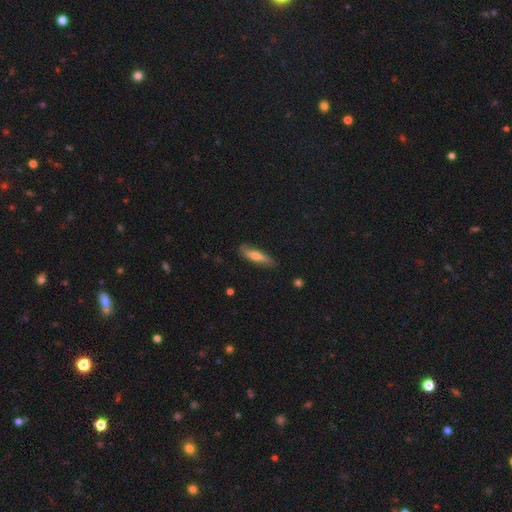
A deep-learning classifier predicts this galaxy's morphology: Smooth or featured?
  - smooth: 52% *
  - featured or disk: 42%
  - star or artifact: 6%
How rounded?
  - cigar-shaped: 71% *
  - in between: 27%
  - round: 2%
Merging?
  - none: 75% *
  - minor disturbance: 19%
  - major disturbance: 4%
  - merger: 2%